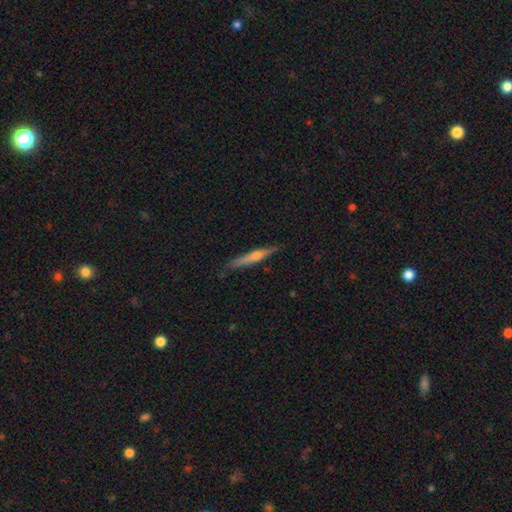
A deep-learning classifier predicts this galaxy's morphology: featured or disk 60%, smooth 34%, star or artifact 6%. Down the decision tree: edge-on disk — yes (97%); edge-on bulge — rounded (74%); merging — none (84%).